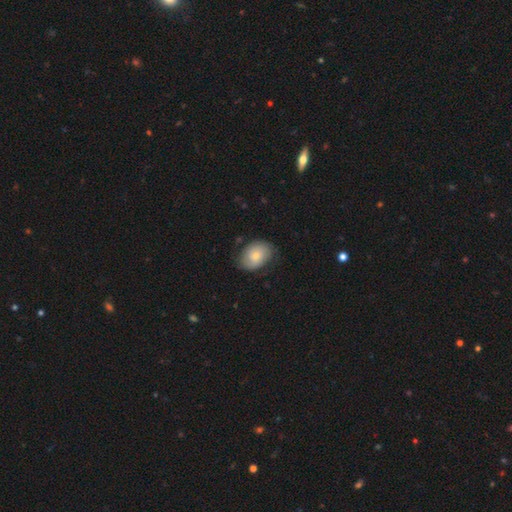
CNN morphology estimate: A smooth galaxy with no disk features (67%) that is in between round and cigar-shaped (73%).

Vote fractions:
- Smooth or featured? smooth: 67% / featured or disk: 27% / star or artifact: 7%
- How rounded? in between: 73% / round: 26% / cigar-shaped: 1%
- Merging? none: 69% / minor disturbance: 24% / major disturbance: 6% / merger: 1%